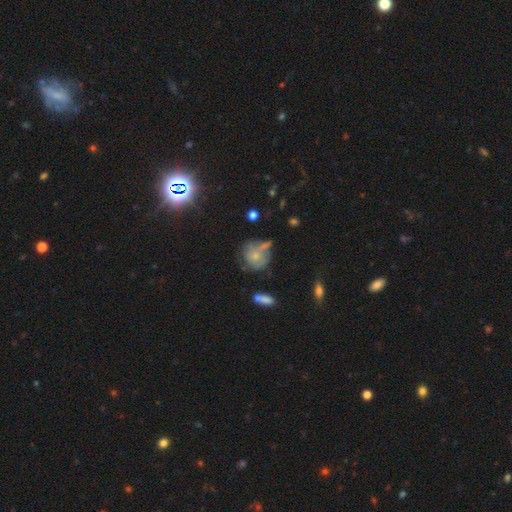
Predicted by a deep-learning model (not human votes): A smooth galaxy with no disk features (53%) that is round (78%). Merging: none (41%).